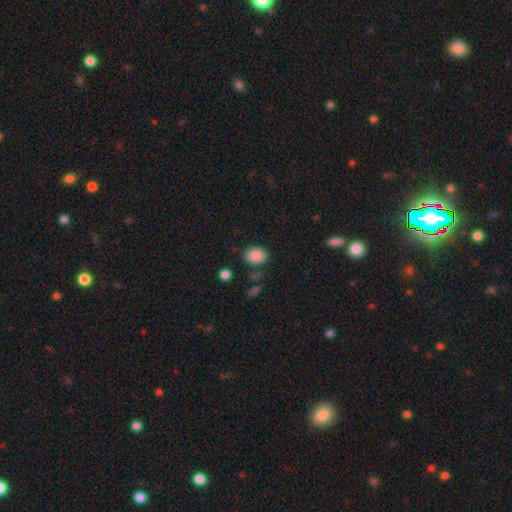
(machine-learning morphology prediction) Overall: smooth (88%). How rounded: in between (58%; round 41%). Merging: none (76%).